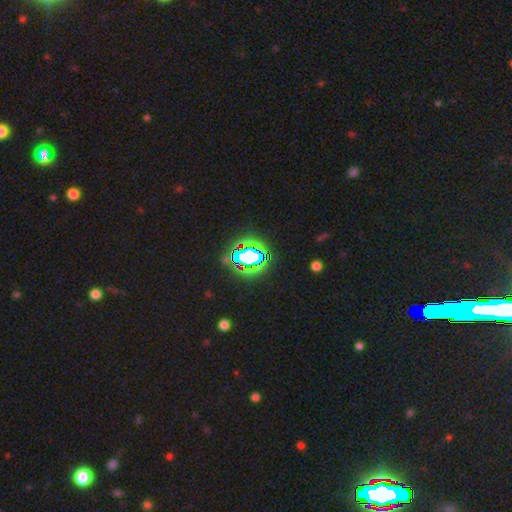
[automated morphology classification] star or artifact 64%, smooth 23%, featured or disk 13%.